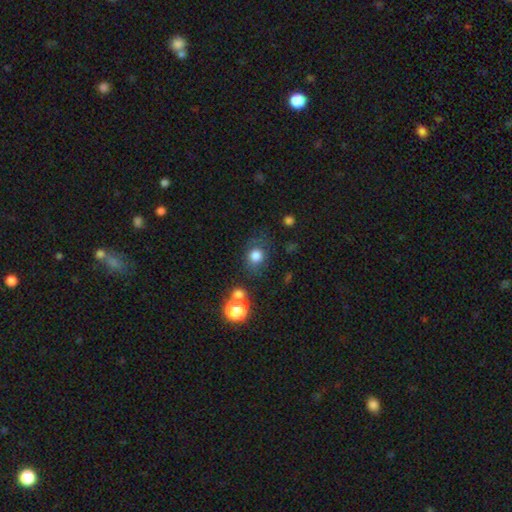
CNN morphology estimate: smooth_or_featured: smooth (p=0.79) [alt: star or artifact p=0.14]
how_rounded: round (p=0.74) [alt: in between p=0.25]
merging: none (p=0.70) [alt: minor disturbance p=0.15]